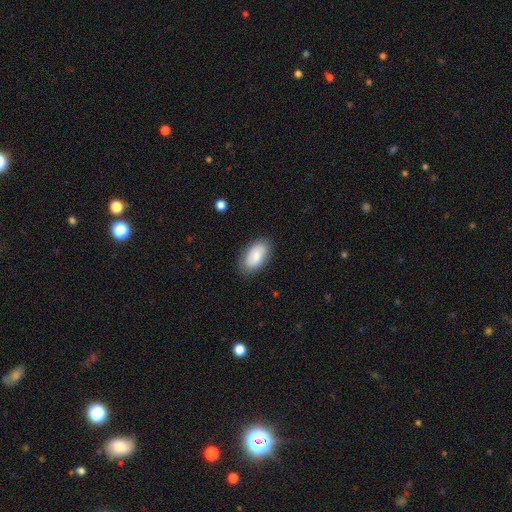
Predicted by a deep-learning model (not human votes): Smooth or featured? Predicted: smooth (p=0.78). How rounded? Predicted: in between (p=0.94). Merging? Predicted: none (p=0.82).